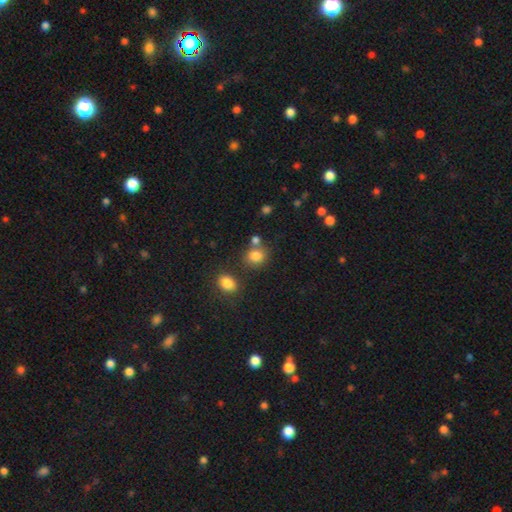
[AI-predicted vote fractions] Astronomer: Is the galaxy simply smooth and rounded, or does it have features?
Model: smooth — 82%.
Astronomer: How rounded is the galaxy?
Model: round — 71%.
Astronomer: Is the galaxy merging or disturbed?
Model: none — 65%.